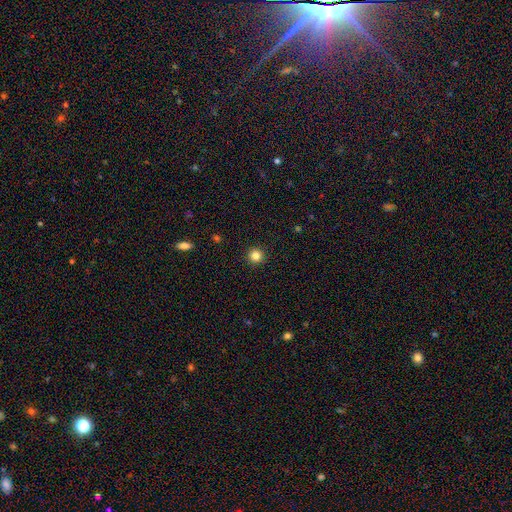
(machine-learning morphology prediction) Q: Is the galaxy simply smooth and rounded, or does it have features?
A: smooth — 83%.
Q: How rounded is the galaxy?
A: round — 96%.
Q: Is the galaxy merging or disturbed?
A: none — 93%.